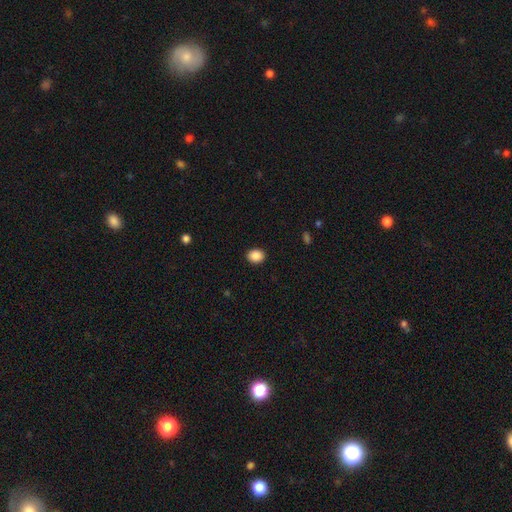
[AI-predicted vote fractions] Smooth or featured?
  - smooth: 89% *
  - star or artifact: 8%
  - featured or disk: 3%
How rounded?
  - round: 51% *
  - in between: 48%
  - cigar-shaped: 1%
Merging?
  - none: 91% *
  - minor disturbance: 6%
  - major disturbance: 2%
  - merger: 1%